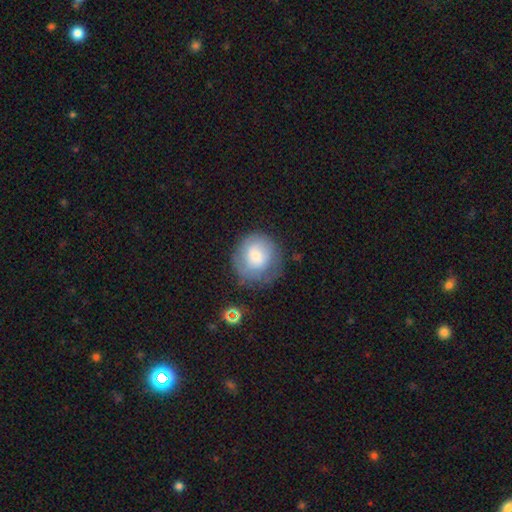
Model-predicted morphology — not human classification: A smooth galaxy with no disk features (68%) that is round (86%). Merging: none (64%).